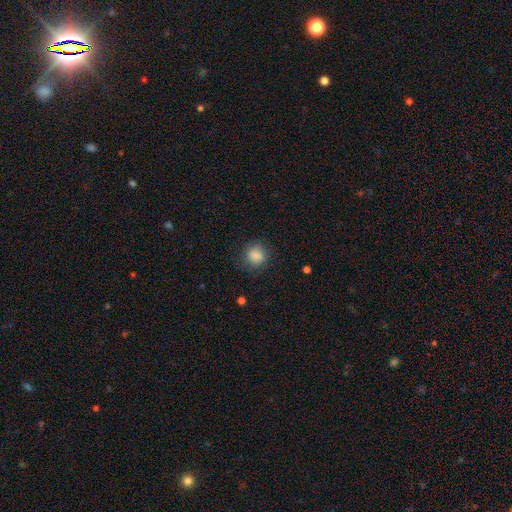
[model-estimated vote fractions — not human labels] A smooth galaxy with no disk features (86%) that is round (83%). Merging: none (81%).